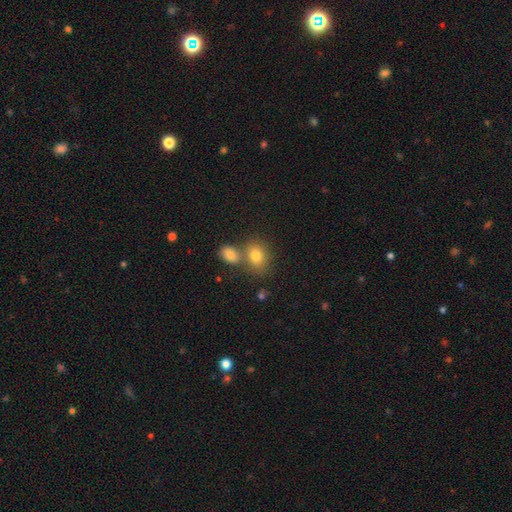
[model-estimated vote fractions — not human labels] smooth_or_featured: smooth (p=0.79) [alt: star or artifact p=0.11]
how_rounded: in between (p=0.60) [alt: round p=0.39]
merging: none (p=0.50) [alt: merger p=0.37]